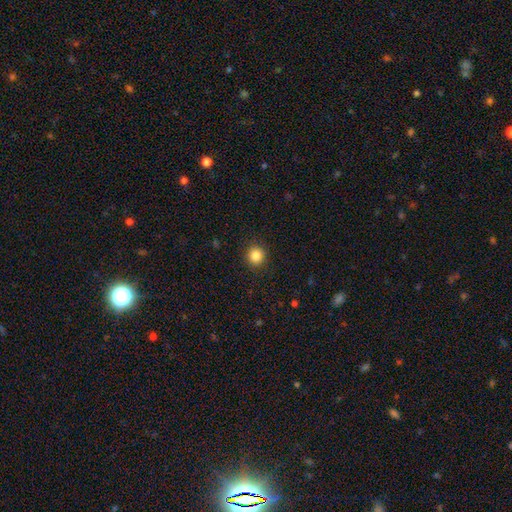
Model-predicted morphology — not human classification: type=smooth (85%); roundness=round (93%); merging=none (92%).